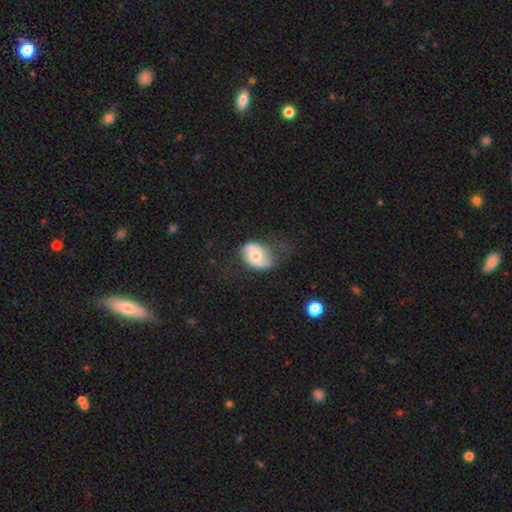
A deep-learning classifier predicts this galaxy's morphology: smooth_or_featured: featured or disk (p=0.56) [alt: smooth p=0.37]
disk_edge_on: no (p=0.96) [alt: yes p=0.04]
bar: no (p=0.59) [alt: weak p=0.31]
has_spiral_arms: yes (p=0.74) [alt: no p=0.26]
bulge_size: moderate (p=0.72) [alt: small p=0.17]
merging: none (p=0.57) [alt: minor disturbance p=0.28]